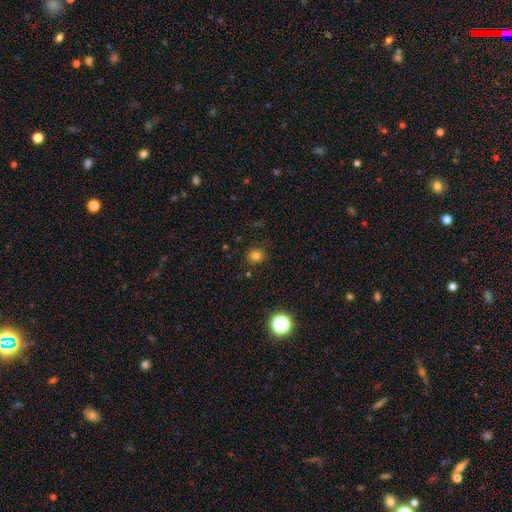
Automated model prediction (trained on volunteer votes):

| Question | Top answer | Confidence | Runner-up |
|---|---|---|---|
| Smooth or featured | smooth | 79% | star or artifact (15%) |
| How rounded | round | 89% | in between (10%) |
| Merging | none | 88% | minor disturbance (8%) |